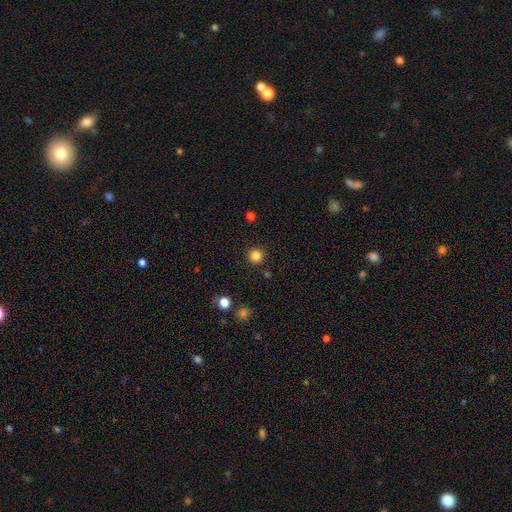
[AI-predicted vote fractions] A smooth galaxy with no disk features (83%) that is round (95%).

Vote fractions:
- Smooth or featured? smooth: 83% / star or artifact: 13% / featured or disk: 4%
- How rounded? round: 95% / in between: 4% / cigar-shaped: 1%
- Merging? none: 91% / minor disturbance: 5% / major disturbance: 2% / merger: 2%